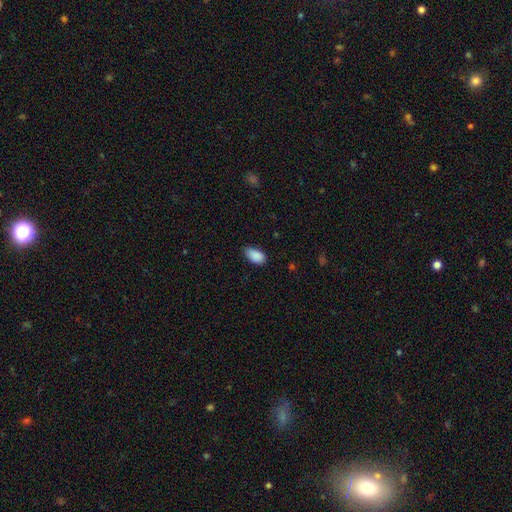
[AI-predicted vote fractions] smooth-or-featured: smooth: 89% | star or artifact: 7% | featured or disk: 3%
  how-rounded: in between: 93% | round: 4% | cigar-shaped: 2%
  merging: none: 71% | minor disturbance: 24% | major disturbance: 4% | merger: 1%